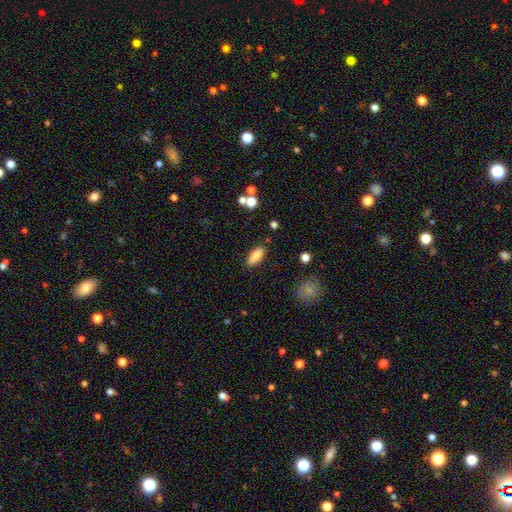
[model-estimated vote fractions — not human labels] A smooth galaxy with no disk features (81%) that is in between round and cigar-shaped (76%).

Vote fractions:
- Smooth or featured? smooth: 81% / featured or disk: 12% / star or artifact: 7%
- How rounded? in between: 76% / cigar-shaped: 22% / round: 2%
- Merging? none: 86% / minor disturbance: 10% / major disturbance: 2% / merger: 2%